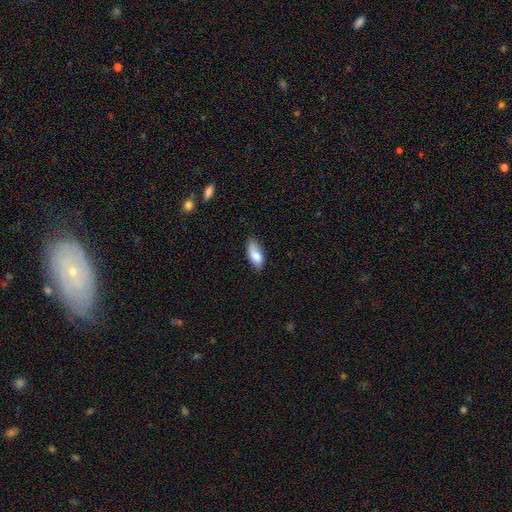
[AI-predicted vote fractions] Smooth or featured: smooth — 81% (featured or disk — 12%)
How rounded: in between — 88% (cigar-shaped — 10%)
Merging: none — 65% (minor disturbance — 29%)